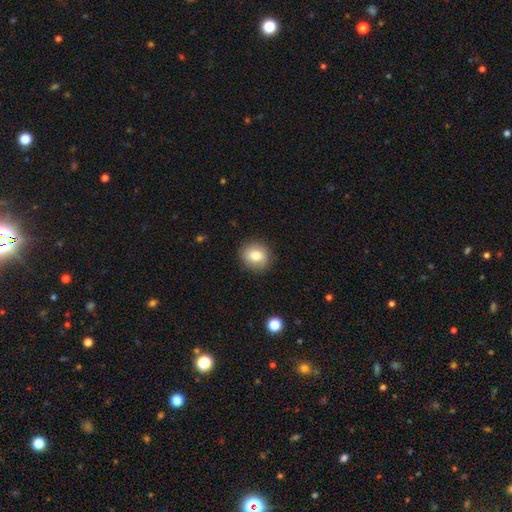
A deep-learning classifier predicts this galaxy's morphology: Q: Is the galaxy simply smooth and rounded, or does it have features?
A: smooth — 80%.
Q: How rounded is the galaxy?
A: round — 78%.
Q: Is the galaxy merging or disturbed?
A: none — 88%.